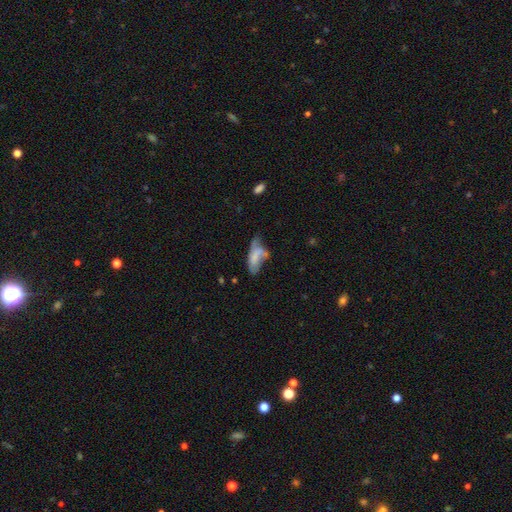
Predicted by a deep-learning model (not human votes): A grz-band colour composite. It shows a smooth galaxy with no disk features (61%) that is in between round and cigar-shaped (75%). Merging: none (27%, tied with minor disturbance).